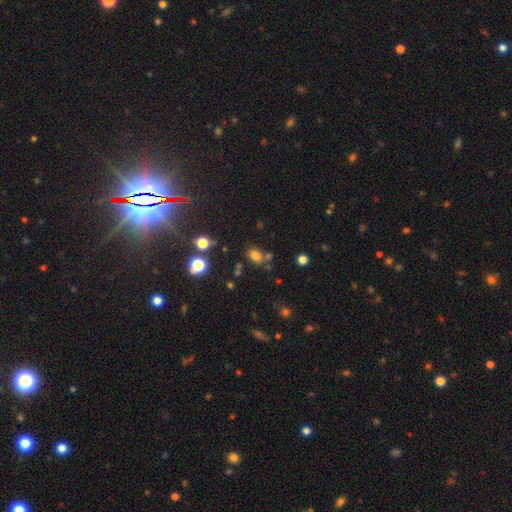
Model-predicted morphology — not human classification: Smooth or featured? Predicted: smooth (p=0.75). How rounded? Predicted: in between (p=0.67). Merging? Predicted: none (p=0.68).